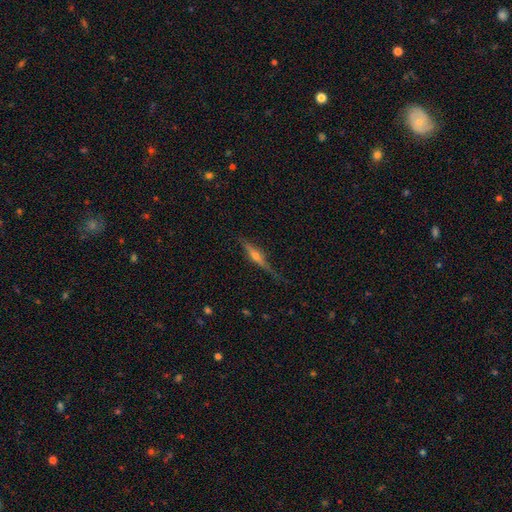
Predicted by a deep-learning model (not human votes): Overall: featured or disk (72%). Edge-on disk: yes (96%). Edge-on bulge: rounded (83%). Merging: none (77%).